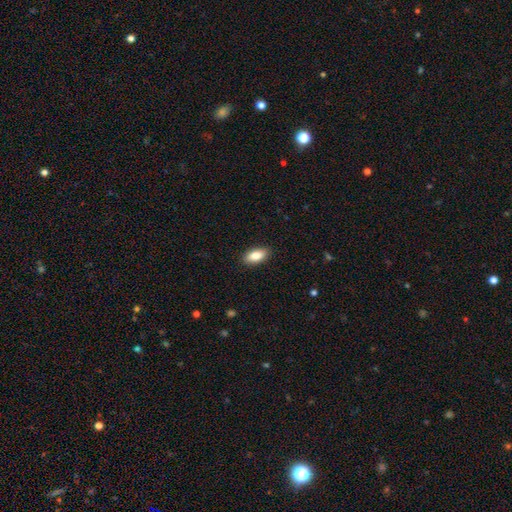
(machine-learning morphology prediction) A smooth galaxy with no disk features (86%) that is in between round and cigar-shaped (89%). Merging: none (89%).